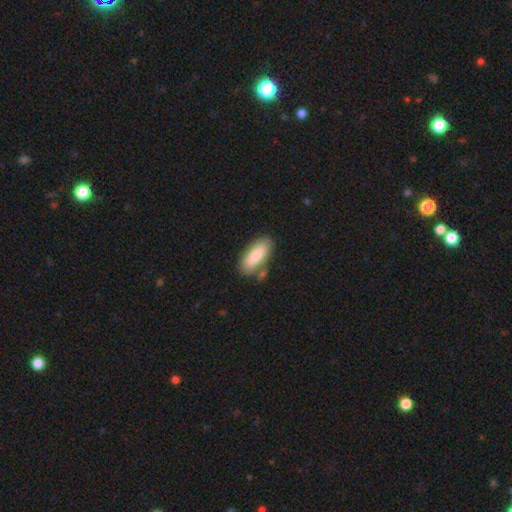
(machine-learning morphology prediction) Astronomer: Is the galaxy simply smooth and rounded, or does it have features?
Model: smooth — 82%.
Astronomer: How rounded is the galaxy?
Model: in between — 75%.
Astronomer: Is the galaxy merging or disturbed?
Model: none — 72%.